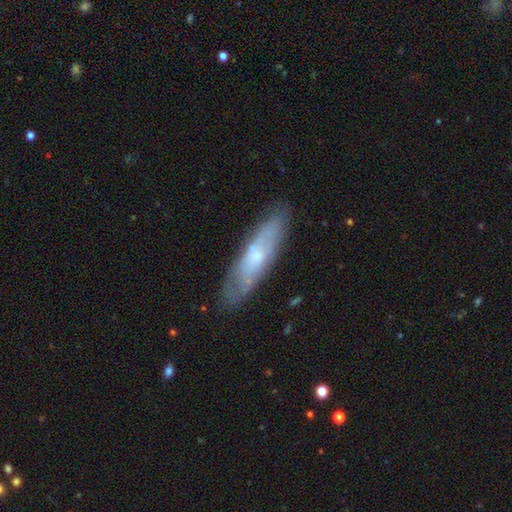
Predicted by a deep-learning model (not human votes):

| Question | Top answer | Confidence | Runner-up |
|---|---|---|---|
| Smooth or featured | featured or disk | 48% | smooth (46%) |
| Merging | none | 80% | minor disturbance (15%) |